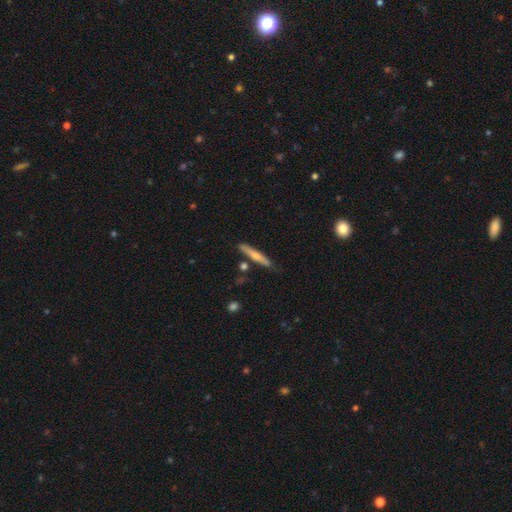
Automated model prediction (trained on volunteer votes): Overall: smooth (58%; featured or disk 37%). How rounded: cigar-shaped (93%). Merging: none (80%).